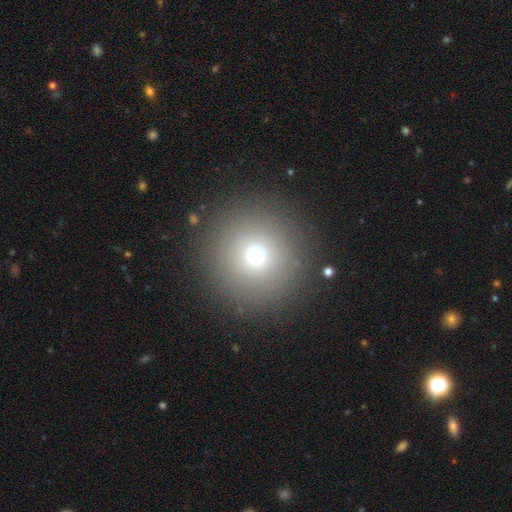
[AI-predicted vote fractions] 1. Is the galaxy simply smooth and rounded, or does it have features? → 72% smooth, 18% star or artifact, 10% featured or disk.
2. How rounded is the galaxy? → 96% round, 3% in between, 1% cigar-shaped.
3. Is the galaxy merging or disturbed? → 91% none, 5% minor disturbance, 3% major disturbance, 2% merger.